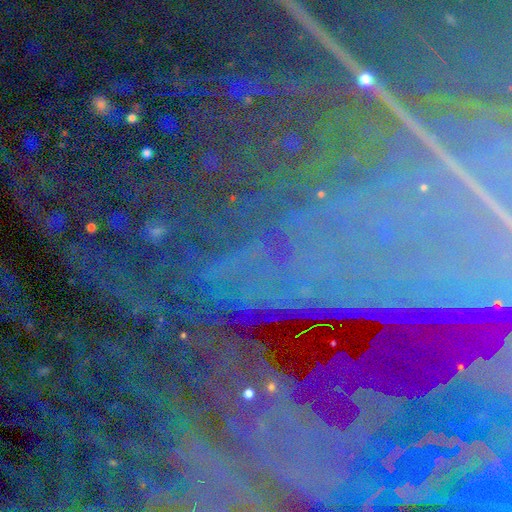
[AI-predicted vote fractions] Smooth or featured? star or artifact (88%)